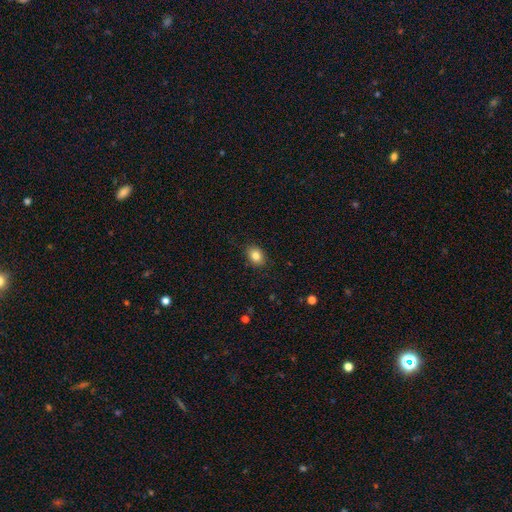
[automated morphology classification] Smooth or featured?
  - smooth: 84% *
  - star or artifact: 9%
  - featured or disk: 7%
How rounded?
  - in between: 61% *
  - round: 38%
  - cigar-shaped: 1%
Merging?
  - none: 87% *
  - minor disturbance: 10%
  - major disturbance: 2%
  - merger: 1%